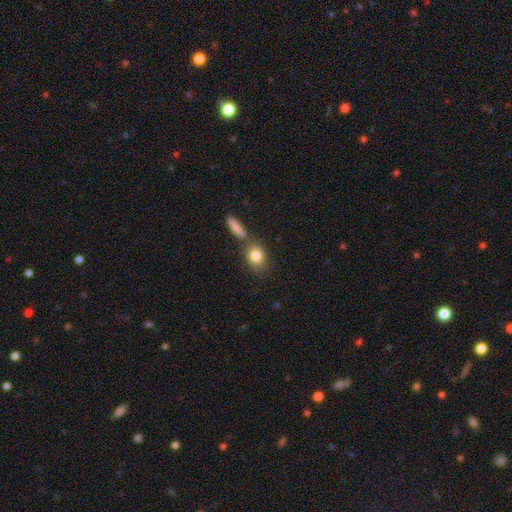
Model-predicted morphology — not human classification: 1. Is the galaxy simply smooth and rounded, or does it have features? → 83% smooth, 9% featured or disk, 8% star or artifact.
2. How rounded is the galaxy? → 54% in between, 43% round, 3% cigar-shaped.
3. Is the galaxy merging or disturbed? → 60% none, 23% merger, 12% minor disturbance, 4% major disturbance.